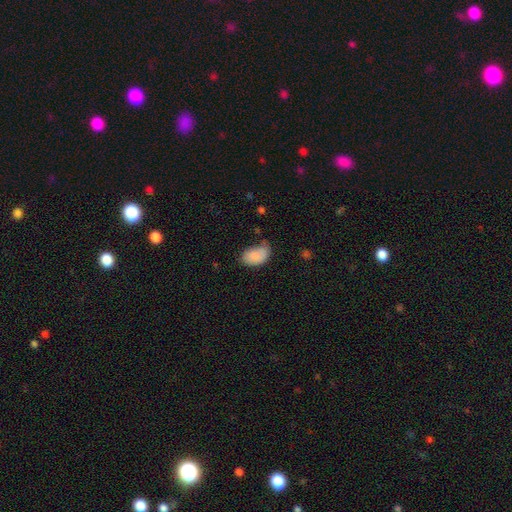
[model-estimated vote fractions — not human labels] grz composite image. It shows a smooth galaxy with no disk features (85%) that is in between round and cigar-shaped (90%). Merging: none (46%).